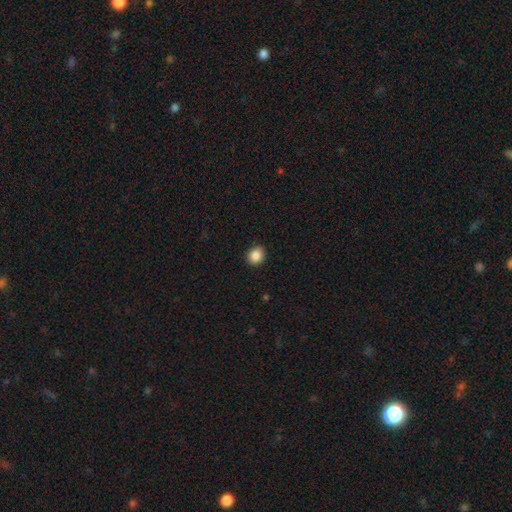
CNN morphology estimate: The model was most divided on "how rounded": round: 72%, in between: 27%, cigar-shaped: 1%. More confident: merging — none (91%); smooth or featured — smooth (87%).